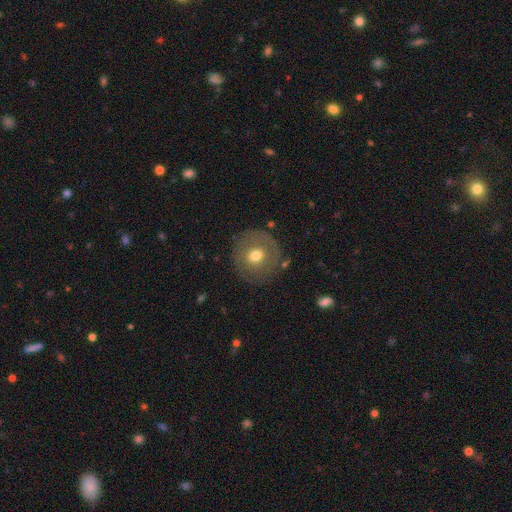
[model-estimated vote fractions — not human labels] A smooth galaxy with no disk features (60%) that is round (92%). Merging: none (82%).